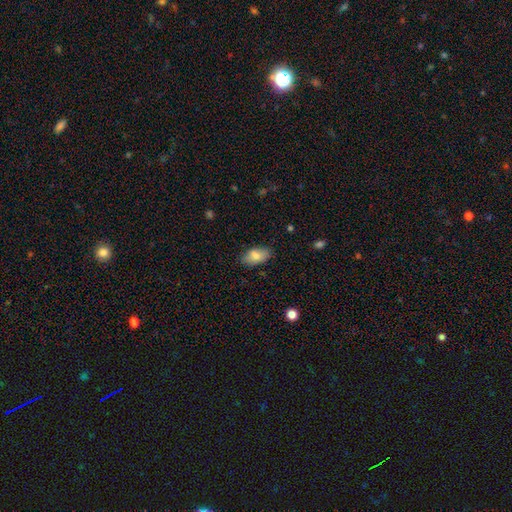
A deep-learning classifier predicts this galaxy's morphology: This appears to be a smooth galaxy with no disk features (84%) that is in between round and cigar-shaped (92%). Merging: none (81%).